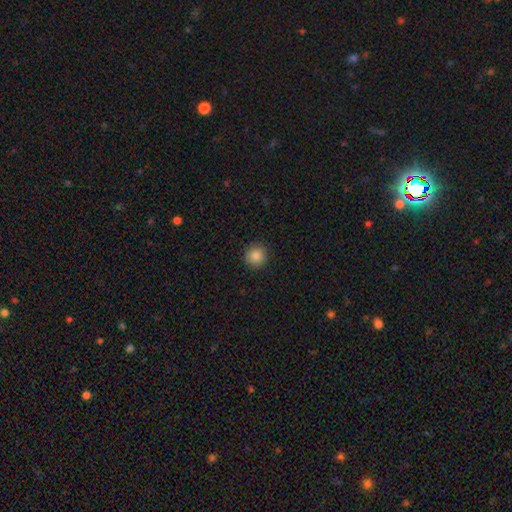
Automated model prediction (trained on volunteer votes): This appears to be a smooth galaxy with no disk features (85%) that is round (94%). Merging: none (91%).